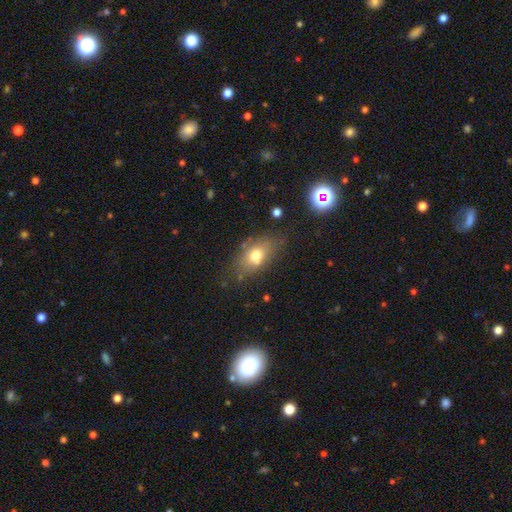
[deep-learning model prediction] Overall: smooth (71%). How rounded: in between (80%). Merging: none (68%).